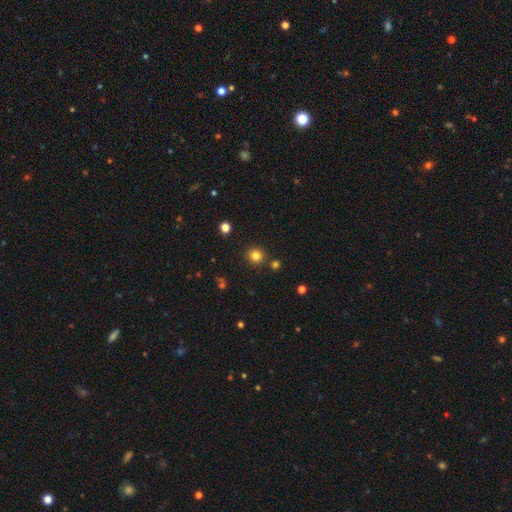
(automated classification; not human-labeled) smooth_or_featured: smooth (p=0.81) [alt: star or artifact p=0.14]
how_rounded: round (p=0.94) [alt: in between p=0.05]
merging: none (p=0.88) [alt: minor disturbance p=0.06]